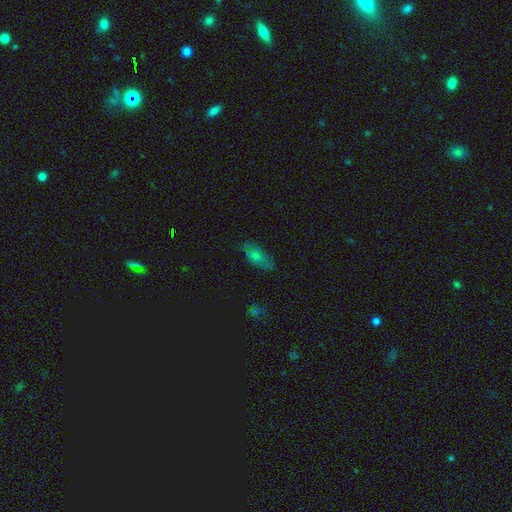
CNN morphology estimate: Smooth or featured: smooth — 45% (featured or disk — 33%)
Merging: none — 75% (minor disturbance — 19%)